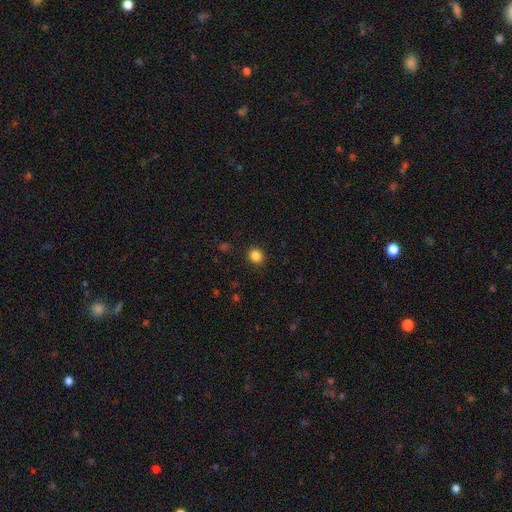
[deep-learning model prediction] Smooth or featured: smooth — 85% (star or artifact — 12%)
How rounded: round — 77% (in between — 22%)
Merging: none — 91% (minor disturbance — 6%)